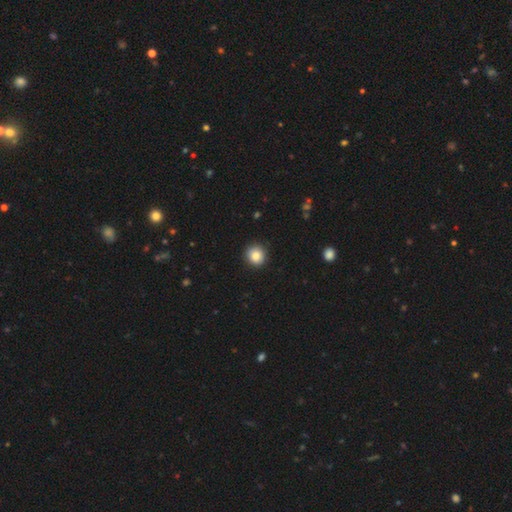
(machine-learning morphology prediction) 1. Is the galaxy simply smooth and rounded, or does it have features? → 85% smooth, 9% star or artifact, 6% featured or disk.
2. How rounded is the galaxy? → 92% round, 7% in between, 1% cigar-shaped.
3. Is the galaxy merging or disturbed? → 91% none, 6% minor disturbance, 2% major disturbance, 1% merger.